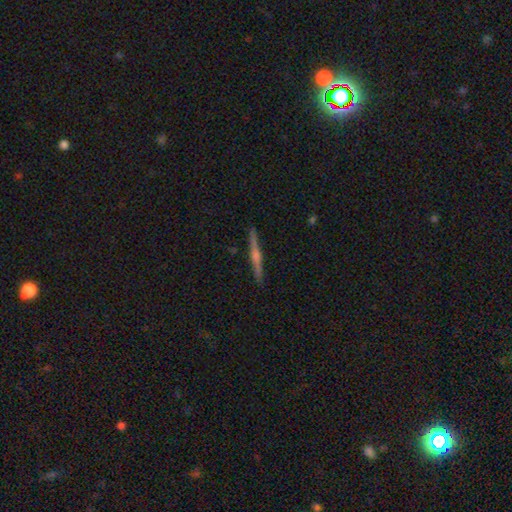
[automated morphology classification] featured or disk 71%, smooth 18%, star or artifact 11%. Down the decision tree: edge-on disk — yes (97%); edge-on bulge — rounded (77%); merging — none (90%).